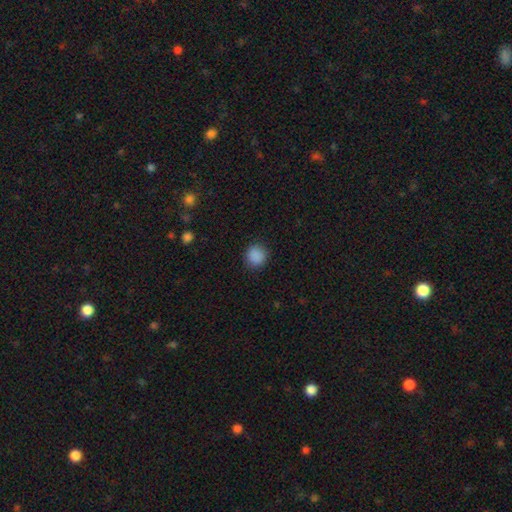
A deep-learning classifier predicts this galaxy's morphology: Smooth or featured? Predicted: smooth (p=0.88). How rounded? Predicted: round (p=0.89). Merging? Predicted: none (p=0.89).